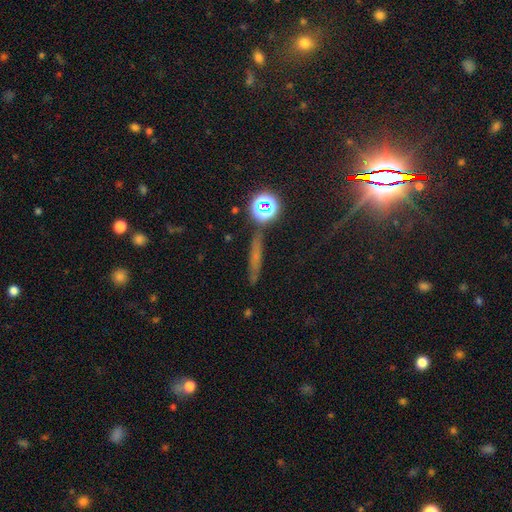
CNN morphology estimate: A smooth galaxy with no disk features (39%).

Vote fractions:
- Smooth or featured? smooth: 39% / star or artifact: 32% / featured or disk: 30%
- Merging? none: 83% / minor disturbance: 10% / merger: 4% / major disturbance: 3%